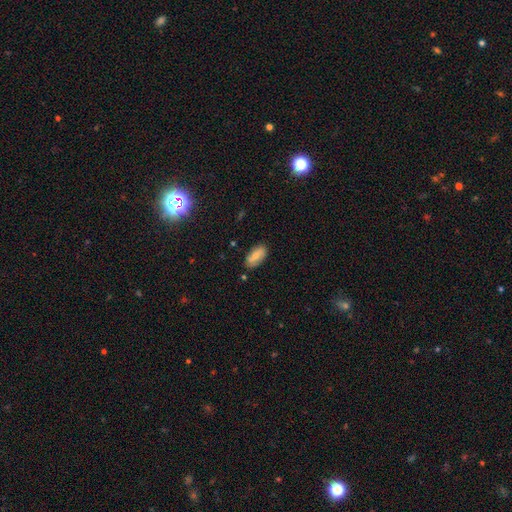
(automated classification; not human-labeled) smooth 61%, featured or disk 31%, star or artifact 8%. Down the decision tree: how rounded — in between (89%); merging — none (83%).